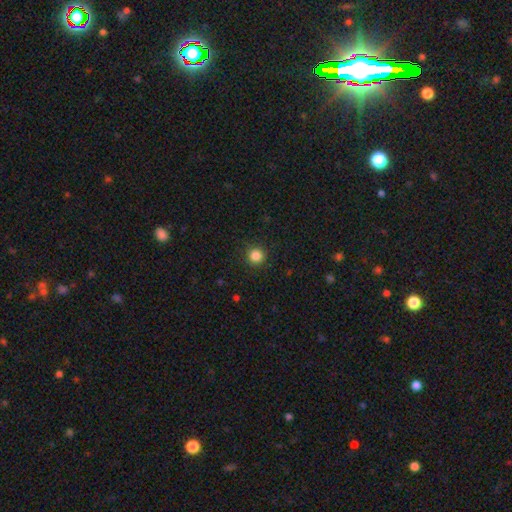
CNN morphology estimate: This is clearly a smooth galaxy (85%). How rounded: clearly round (95%). Merging: clearly none (91%).